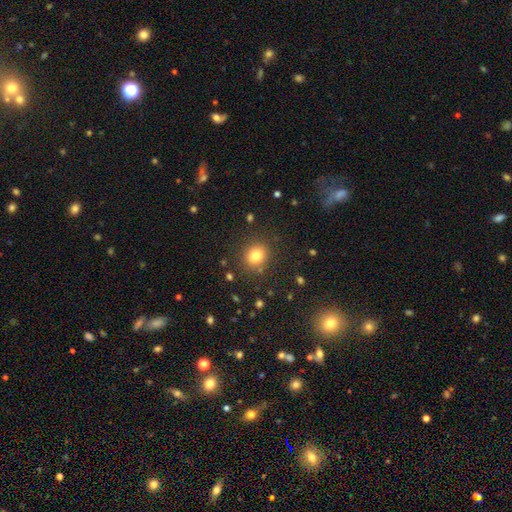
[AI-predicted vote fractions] Smooth or featured?
  - smooth: 80% *
  - star or artifact: 13%
  - featured or disk: 7%
How rounded?
  - round: 81% *
  - in between: 18%
  - cigar-shaped: 1%
Merging?
  - none: 86% *
  - minor disturbance: 8%
  - major disturbance: 3%
  - merger: 2%